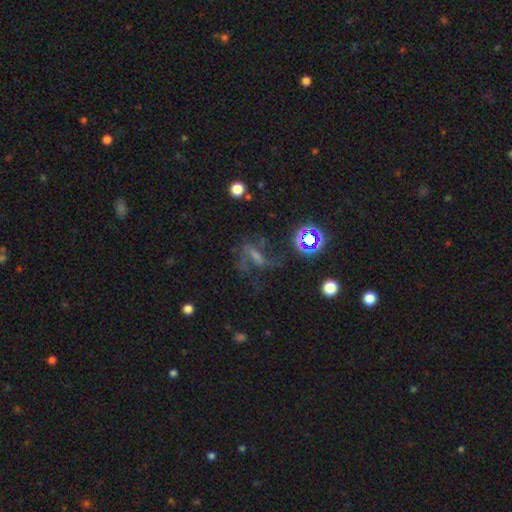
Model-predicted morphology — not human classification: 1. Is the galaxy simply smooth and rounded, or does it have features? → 47% featured or disk, 33% star or artifact, 19% smooth.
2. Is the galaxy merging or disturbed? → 51% none, 27% major disturbance, 17% minor disturbance, 5% merger.